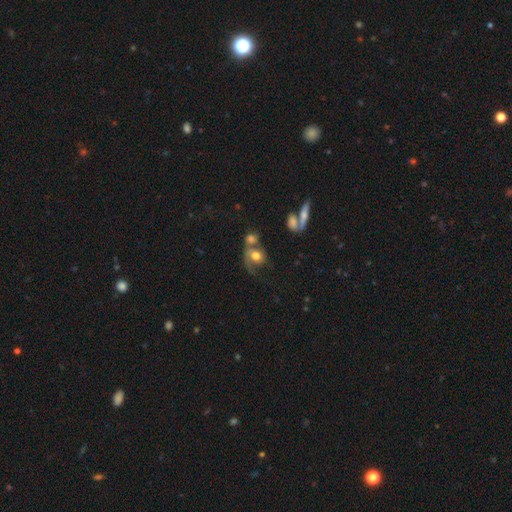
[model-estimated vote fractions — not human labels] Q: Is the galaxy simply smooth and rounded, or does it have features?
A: smooth — 50%.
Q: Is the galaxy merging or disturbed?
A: merger — 40%.